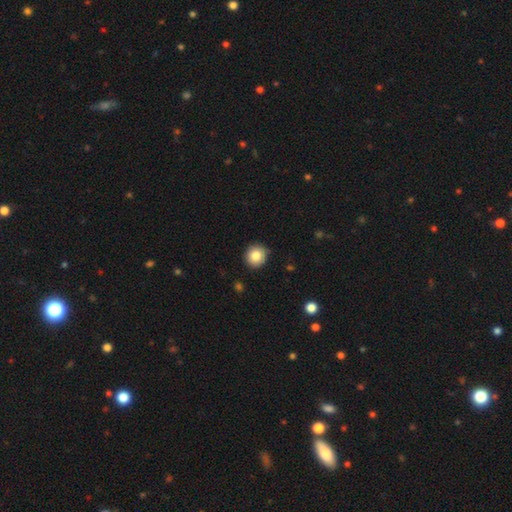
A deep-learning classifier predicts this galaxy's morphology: smooth_or_featured: smooth (p=0.83) [alt: star or artifact p=0.09]
how_rounded: round (p=0.91) [alt: in between p=0.08]
merging: none (p=0.88) [alt: minor disturbance p=0.09]